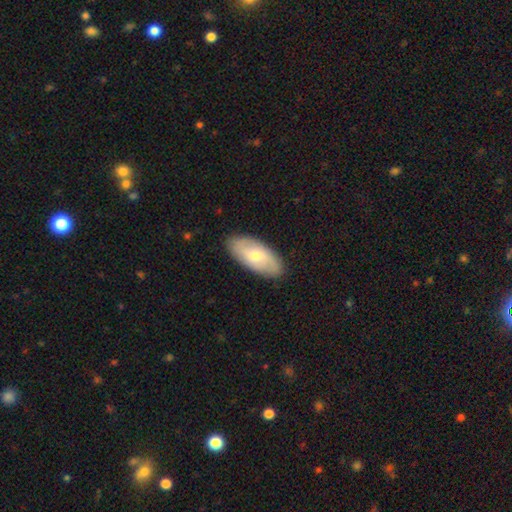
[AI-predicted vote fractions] smooth_or_featured: smooth (p=0.55) [alt: featured or disk p=0.40]
how_rounded: in between (p=0.89) [alt: cigar-shaped p=0.09]
merging: none (p=0.88) [alt: minor disturbance p=0.09]